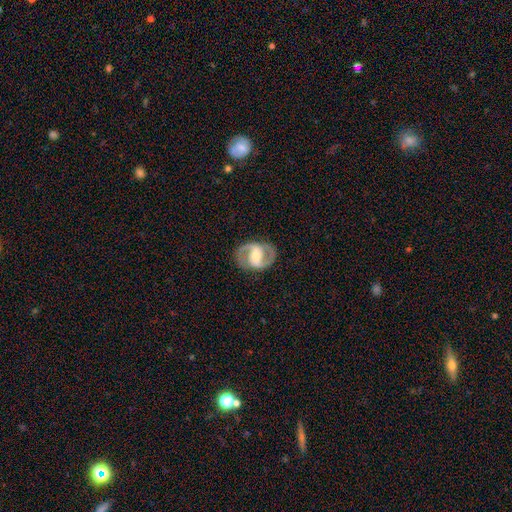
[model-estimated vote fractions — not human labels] This is clearly a featured or disk galaxy (88%). It is clearly not viewed edge-on (97%). Bar: marginally strong (40%). Spiral arm pattern: clearly yes (95%). Spiral arm count: clearly 2 (93%). Spiral winding: possibly medium (59%). Central bulge: possibly moderate (56%). Merging: clearly none (86%).